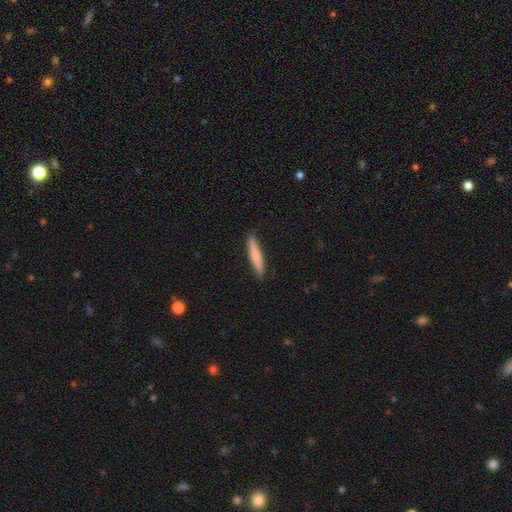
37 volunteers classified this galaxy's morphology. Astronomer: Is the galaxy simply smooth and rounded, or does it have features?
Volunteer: smooth — 81%.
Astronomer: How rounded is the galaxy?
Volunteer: cigar-shaped — 100%.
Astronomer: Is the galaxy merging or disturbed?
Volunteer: none — 88%.